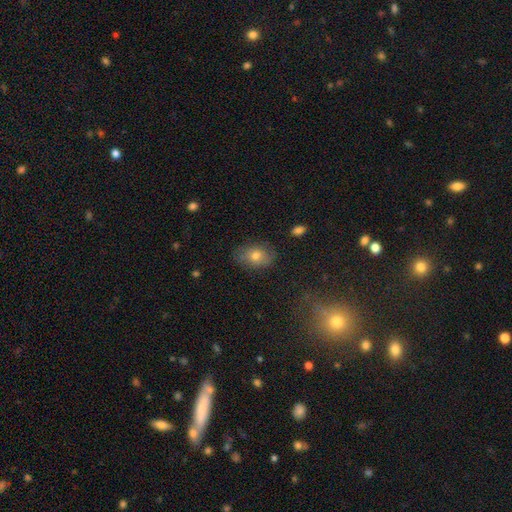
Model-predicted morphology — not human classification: Smooth or featured?
  - smooth: 72% *
  - featured or disk: 18%
  - star or artifact: 10%
How rounded?
  - in between: 76% *
  - round: 23%
  - cigar-shaped: 1%
Merging?
  - none: 78% *
  - minor disturbance: 16%
  - major disturbance: 4%
  - merger: 1%